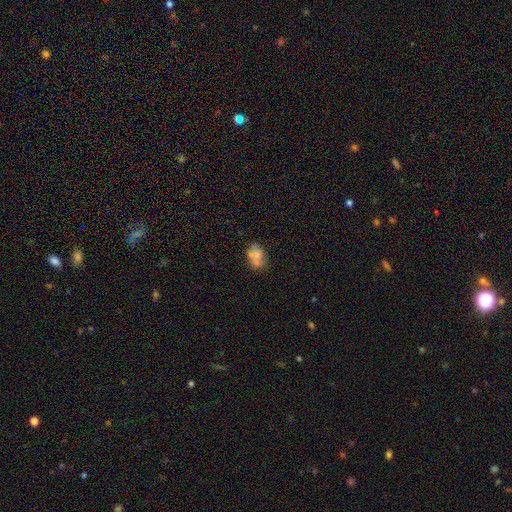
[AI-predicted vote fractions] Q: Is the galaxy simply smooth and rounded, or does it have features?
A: smooth — 63%.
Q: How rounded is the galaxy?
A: in between — 74%.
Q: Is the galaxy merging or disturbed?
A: none — 49%.